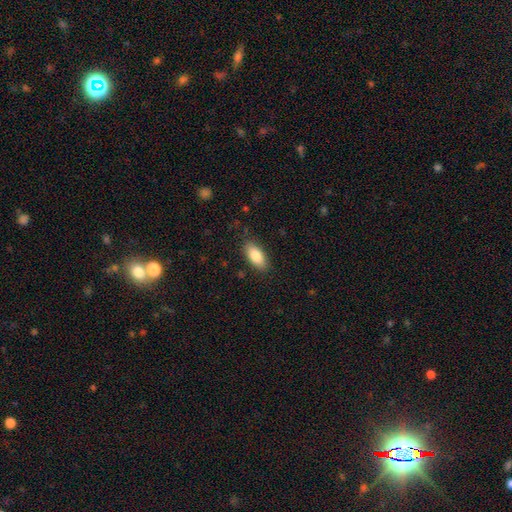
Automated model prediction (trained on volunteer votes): Q: Smooth or featured?
A: smooth (84%); runner-up: featured or disk (9%)
Q: How rounded?
A: in between (87%); runner-up: cigar-shaped (11%)
Q: Merging?
A: none (85%); runner-up: minor disturbance (11%)